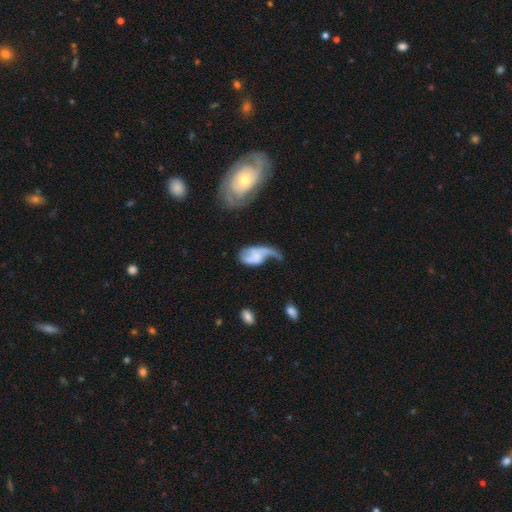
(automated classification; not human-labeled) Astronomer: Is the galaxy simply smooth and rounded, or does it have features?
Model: featured or disk — 63%.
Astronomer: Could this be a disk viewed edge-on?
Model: no — 96%.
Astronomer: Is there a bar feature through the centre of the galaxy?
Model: no — 66%.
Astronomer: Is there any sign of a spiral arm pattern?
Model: yes — 79%.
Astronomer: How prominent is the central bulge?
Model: none — 51% (runner-up: small, 30%).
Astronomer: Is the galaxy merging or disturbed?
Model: major disturbance — 48%.